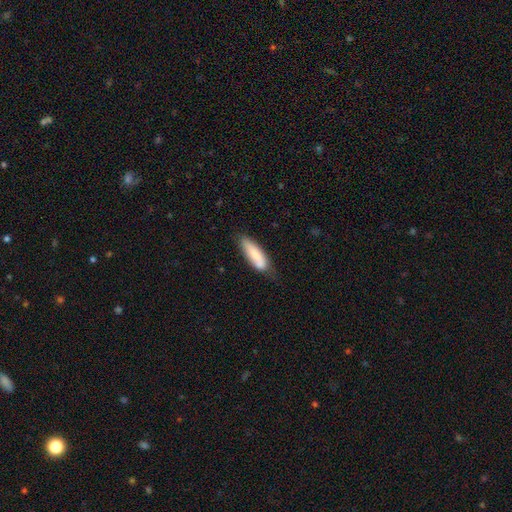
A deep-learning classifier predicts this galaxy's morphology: Smooth or featured: smooth — 79% (featured or disk — 15%)
How rounded: cigar-shaped — 51% (in between — 47%)
Merging: none — 60% (minor disturbance — 29%)